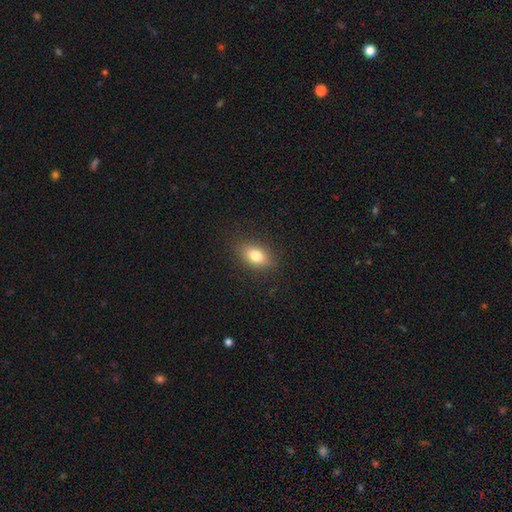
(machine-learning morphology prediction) A smooth galaxy with no disk features (80%) that is in between round and cigar-shaped (82%).

Vote fractions:
- Smooth or featured? smooth: 80% / featured or disk: 11% / star or artifact: 10%
- How rounded? in between: 82% / round: 14% / cigar-shaped: 4%
- Merging? none: 86% / minor disturbance: 10% / major disturbance: 3% / merger: 1%